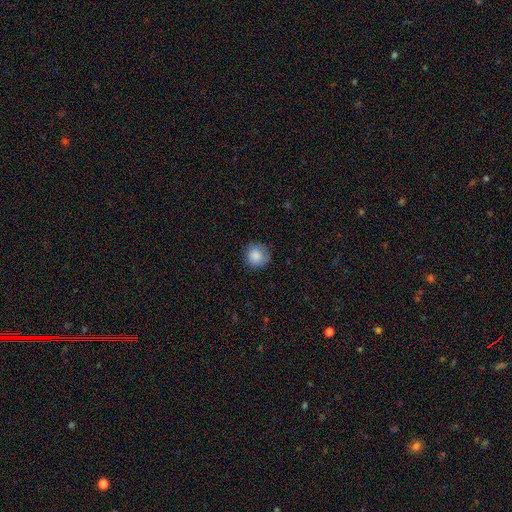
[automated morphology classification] smooth_or_featured: smooth (p=0.85) [alt: star or artifact p=0.08]
how_rounded: round (p=0.92) [alt: in between p=0.07]
merging: none (p=0.81) [alt: minor disturbance p=0.14]